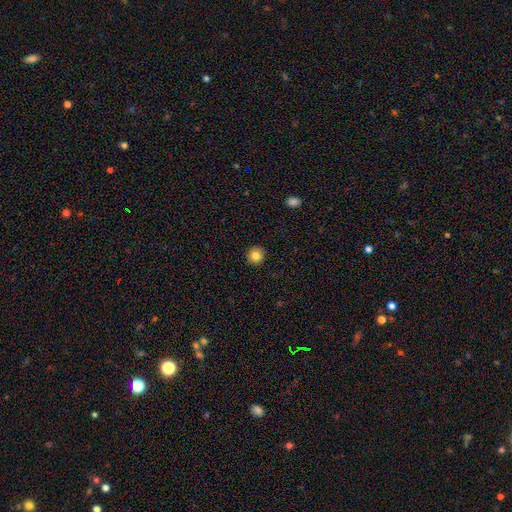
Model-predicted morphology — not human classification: A smooth galaxy with no disk features (83%) that is round (93%). Merging: none (92%).